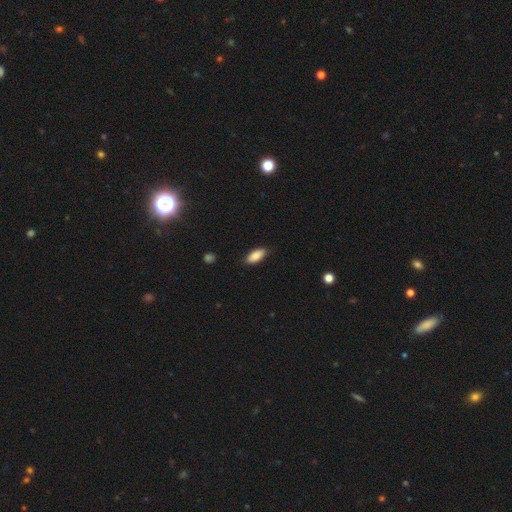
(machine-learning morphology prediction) smooth_or_featured: smooth (p=0.87) [alt: featured or disk p=0.07]
how_rounded: in between (p=0.85) [alt: cigar-shaped p=0.13]
merging: none (p=0.86) [alt: minor disturbance p=0.11]